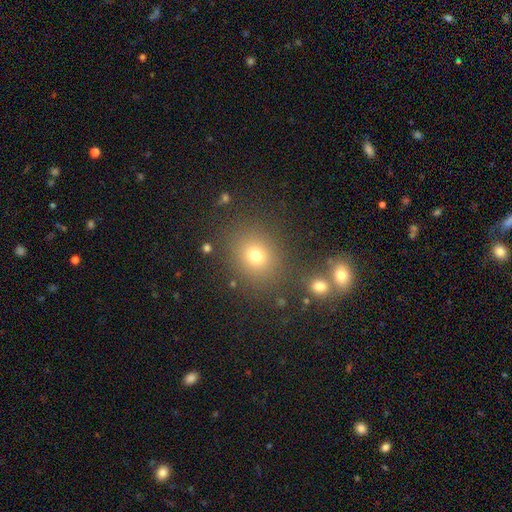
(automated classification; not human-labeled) Morphology: type=smooth (72%); roundness=round (69%); merging=none (81%).